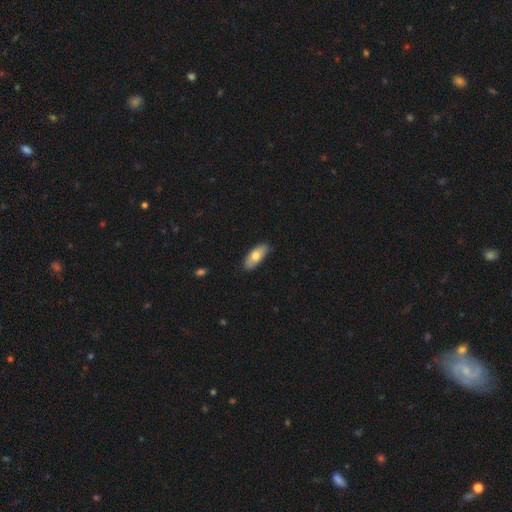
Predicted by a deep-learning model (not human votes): A smooth galaxy with no disk features (70%) that is in between round and cigar-shaped (86%).

Vote fractions:
- Smooth or featured? smooth: 70% / featured or disk: 24% / star or artifact: 6%
- How rounded? in between: 86% / cigar-shaped: 11% / round: 3%
- Merging? none: 83% / minor disturbance: 14% / major disturbance: 2% / merger: 1%